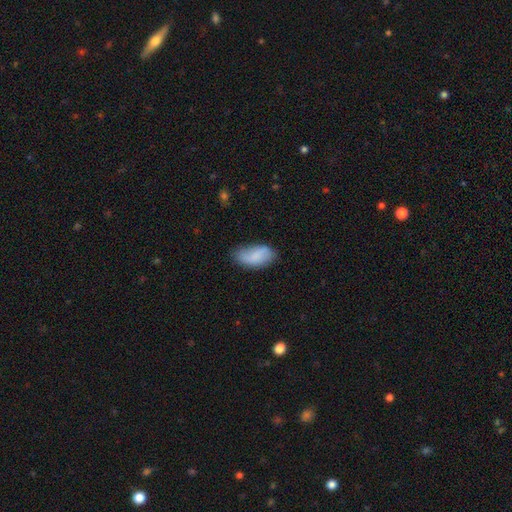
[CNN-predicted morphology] Smooth or featured? Predicted: smooth (p=0.75). How rounded? Predicted: in between (p=0.93). Merging? Predicted: none (p=0.60).